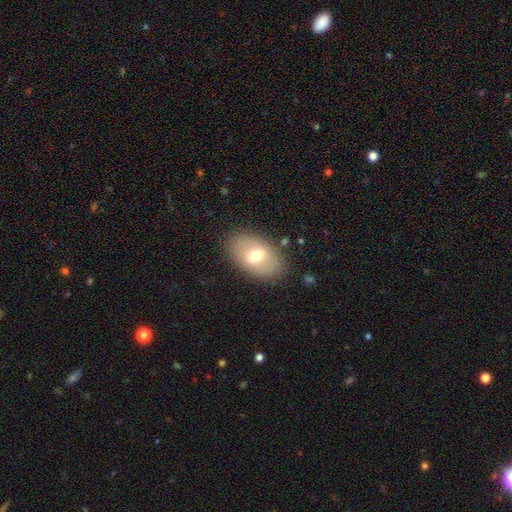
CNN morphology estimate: smooth_or_featured: smooth (p=0.62) [alt: featured or disk p=0.30]
how_rounded: in between (p=0.89) [alt: round p=0.10]
merging: none (p=0.83) [alt: minor disturbance p=0.11]